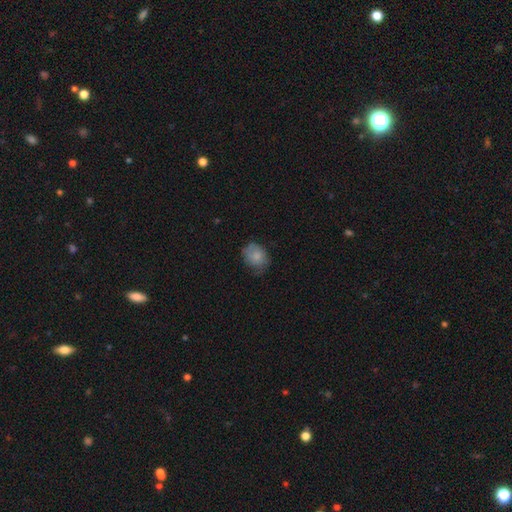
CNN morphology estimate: A smooth galaxy with no disk features (78%) that is round (50%).

Vote fractions:
- Smooth or featured? smooth: 78% / featured or disk: 15% / star or artifact: 8%
- How rounded? round: 50% / in between: 49% / cigar-shaped: 1%
- Merging? none: 54% / minor disturbance: 34% / major disturbance: 10% / merger: 1%